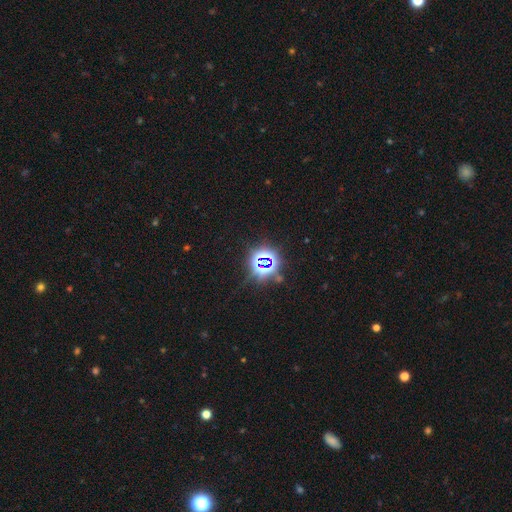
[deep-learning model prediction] Smooth or featured? star or artifact (78%)